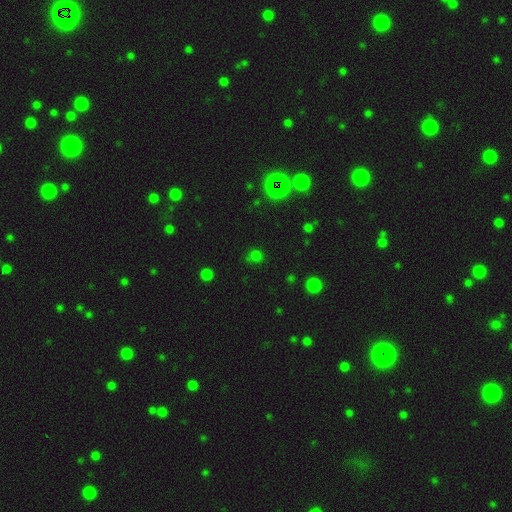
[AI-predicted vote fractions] Smooth or featured?
  - smooth: 60% *
  - star or artifact: 34%
  - featured or disk: 6%
How rounded?
  - round: 82% *
  - in between: 17%
  - cigar-shaped: 1%
Merging?
  - none: 79% *
  - minor disturbance: 13%
  - major disturbance: 5%
  - merger: 3%